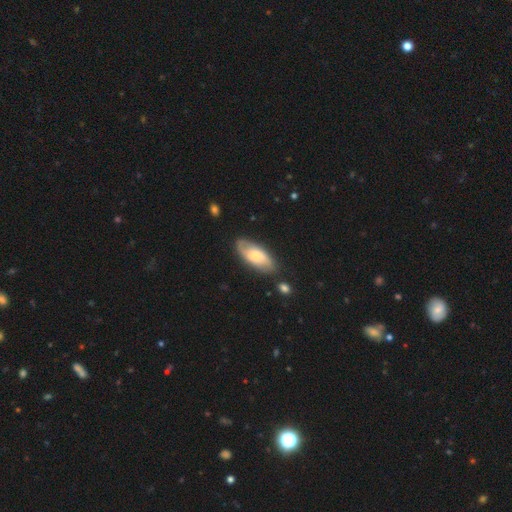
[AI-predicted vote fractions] Smooth or featured?
  - featured or disk: 48% *
  - smooth: 47%
  - star or artifact: 6%
Merging?
  - none: 77% *
  - minor disturbance: 15%
  - major disturbance: 4%
  - merger: 4%